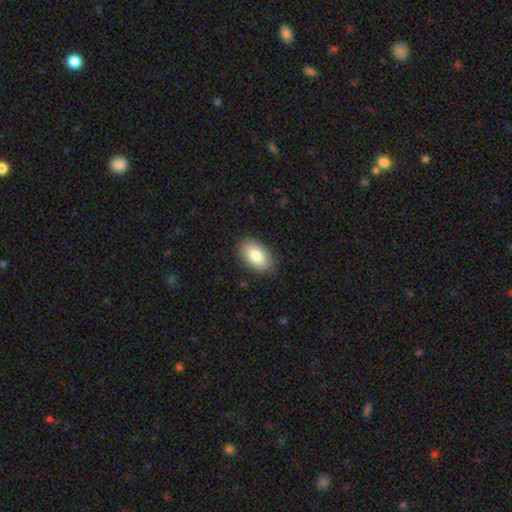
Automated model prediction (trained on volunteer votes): Q: Smooth or featured?
A: smooth (84%); runner-up: featured or disk (10%)
Q: How rounded?
A: in between (93%); runner-up: round (5%)
Q: Merging?
A: none (87%); runner-up: minor disturbance (9%)